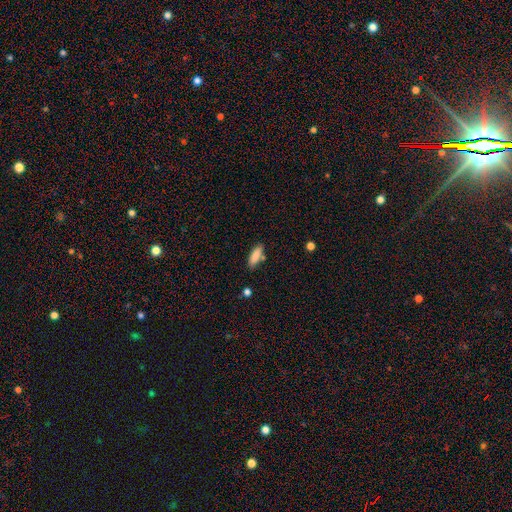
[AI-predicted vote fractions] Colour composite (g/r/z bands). It shows a smooth galaxy with no disk features (86%) that is in between round and cigar-shaped (63%). Merging: none (77%).